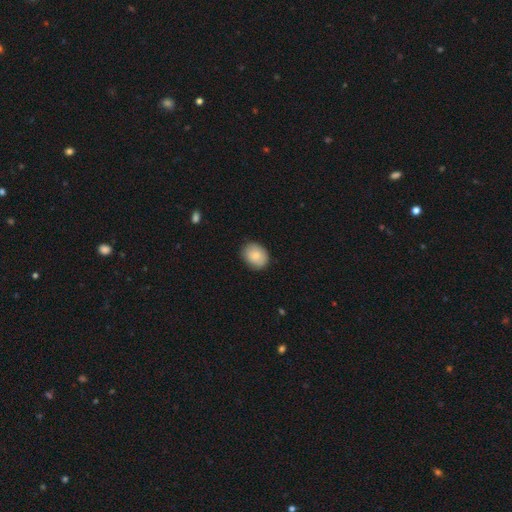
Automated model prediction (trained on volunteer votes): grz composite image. It shows a smooth galaxy with no disk features (84%) that is round (50%). Merging: none (83%).